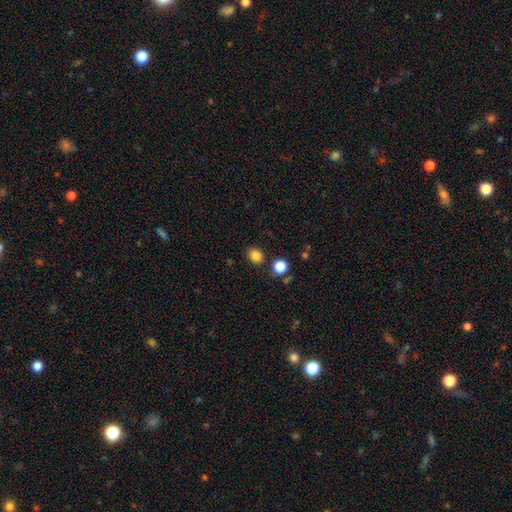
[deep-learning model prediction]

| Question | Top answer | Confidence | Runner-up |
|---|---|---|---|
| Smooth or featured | smooth | 84% | star or artifact (12%) |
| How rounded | round | 67% | in between (33%) |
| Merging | none | 84% | minor disturbance (8%) |